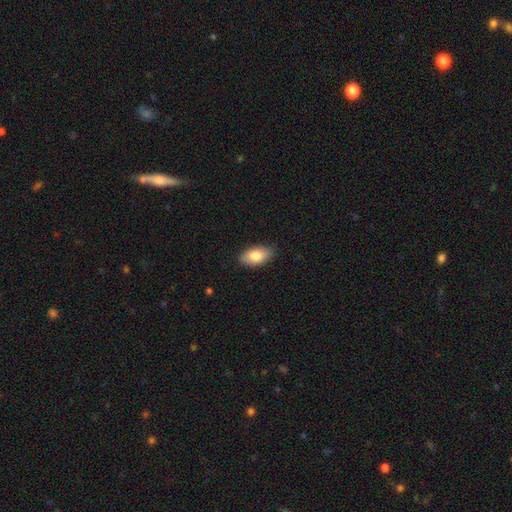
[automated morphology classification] The model was most divided on "smooth or featured": smooth: 83%, featured or disk: 11%, star or artifact: 6%. More confident: how rounded — in between (93%); merging — none (85%).